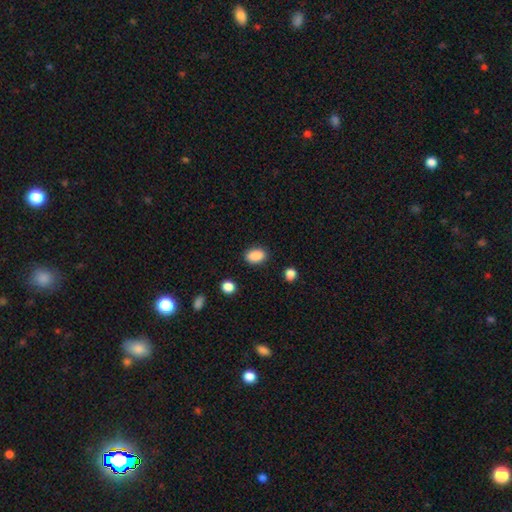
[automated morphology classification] The model was most divided on "how rounded": in between: 85%, round: 14%, cigar-shaped: 2%. More confident: smooth or featured — smooth (89%); merging — none (86%).